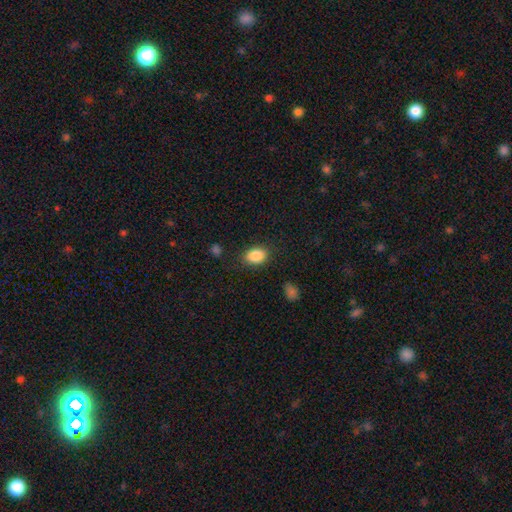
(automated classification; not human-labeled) Morphology: type=smooth (88%); roundness=in between (79%); merging=none (82%).